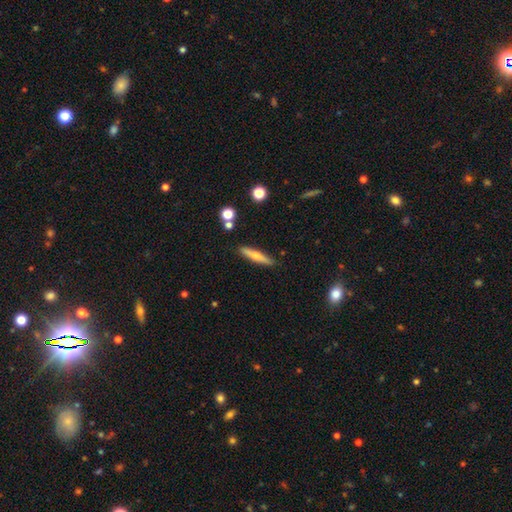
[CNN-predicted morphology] Smooth or featured: smooth — 52% (featured or disk — 41%)
How rounded: cigar-shaped — 86% (in between — 12%)
Merging: none — 87% (minor disturbance — 9%)